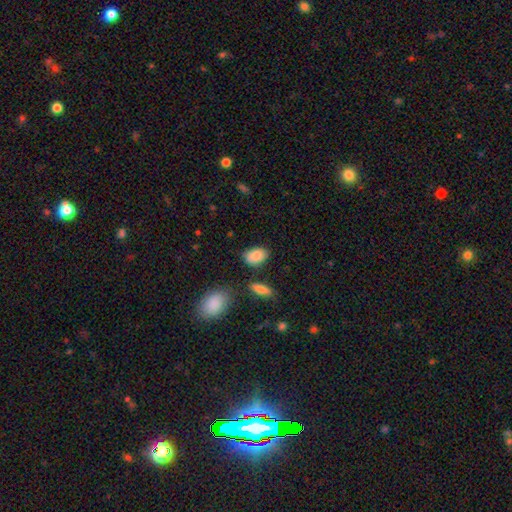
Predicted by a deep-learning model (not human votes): Q: Smooth or featured?
A: smooth (85%); runner-up: star or artifact (7%)
Q: How rounded?
A: in between (90%); runner-up: round (8%)
Q: Merging?
A: none (72%); runner-up: minor disturbance (19%)